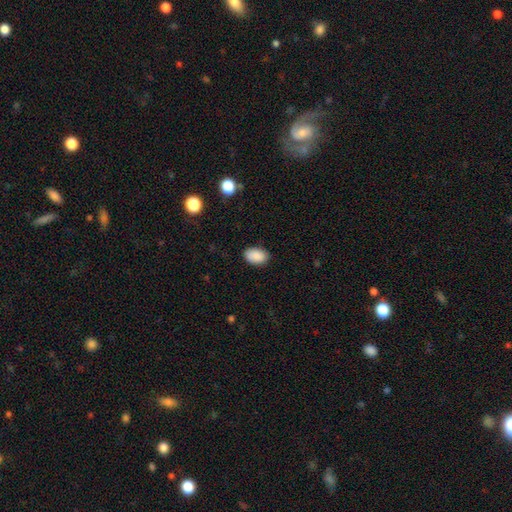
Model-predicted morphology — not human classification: A smooth galaxy with no disk features (89%) that is in between round and cigar-shaped (90%). Merging: none (84%).